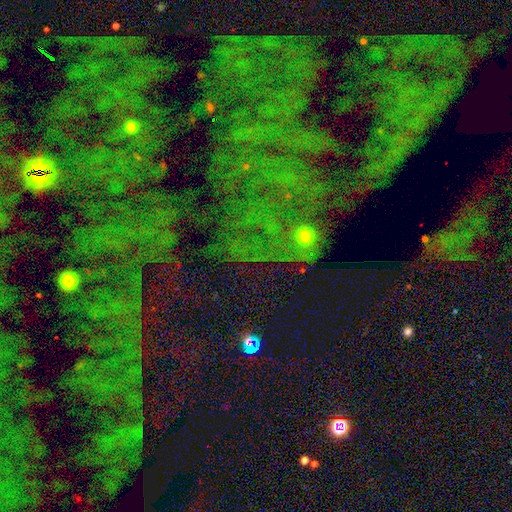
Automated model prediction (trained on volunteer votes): A star or artifact, not a galaxy (80%).